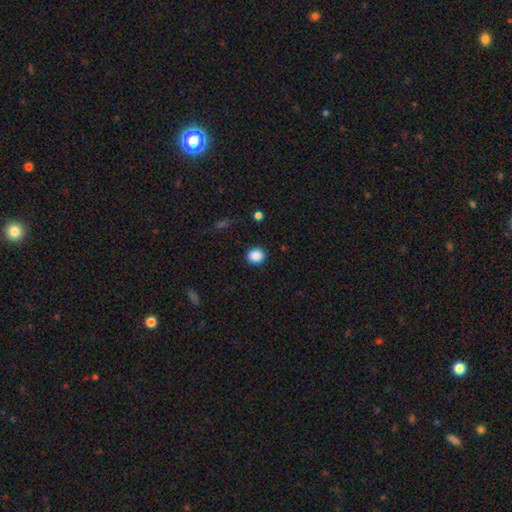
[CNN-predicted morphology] The model was most divided on "how rounded": round: 76%, in between: 23%, cigar-shaped: 1%. More confident: merging — none (90%); smooth or featured — smooth (88%).